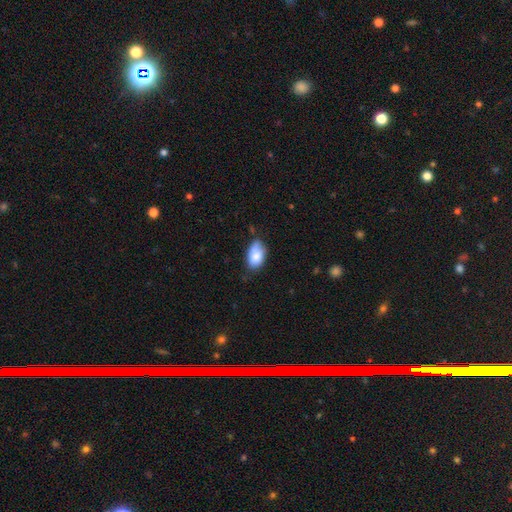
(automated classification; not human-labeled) Smooth or featured? Predicted: smooth (p=0.80). How rounded? Predicted: in between (p=0.93). Merging? Predicted: none (p=0.52).